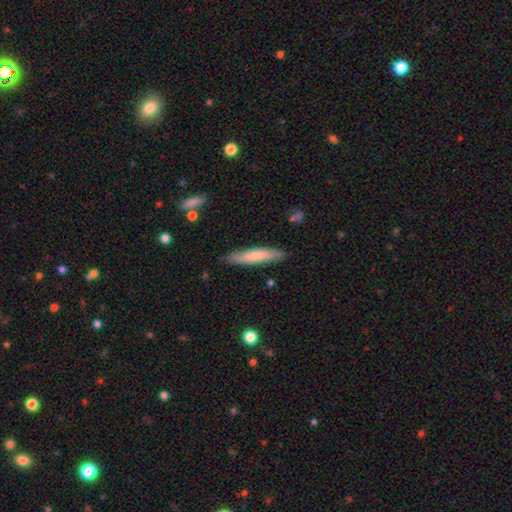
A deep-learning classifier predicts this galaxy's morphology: The model was most divided on "smooth or featured": smooth: 70%, featured or disk: 24%, star or artifact: 5%. More confident: how rounded — cigar-shaped (86%); merging — none (85%).